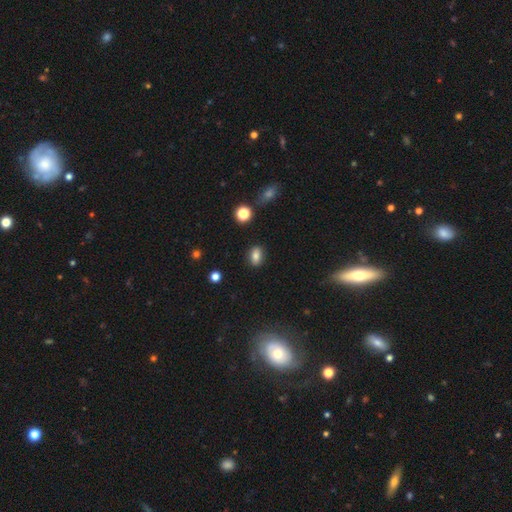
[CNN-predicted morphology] This appears to be a smooth galaxy with no disk features (81%) that is in between round and cigar-shaped (79%). Merging: none (86%).